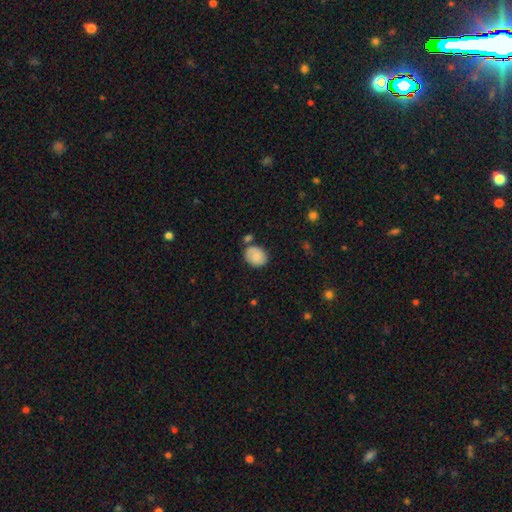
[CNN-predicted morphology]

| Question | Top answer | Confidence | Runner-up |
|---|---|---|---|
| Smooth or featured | smooth | 78% | featured or disk (15%) |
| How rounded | in between | 51% | round (48%) |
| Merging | none | 66% | minor disturbance (18%) |